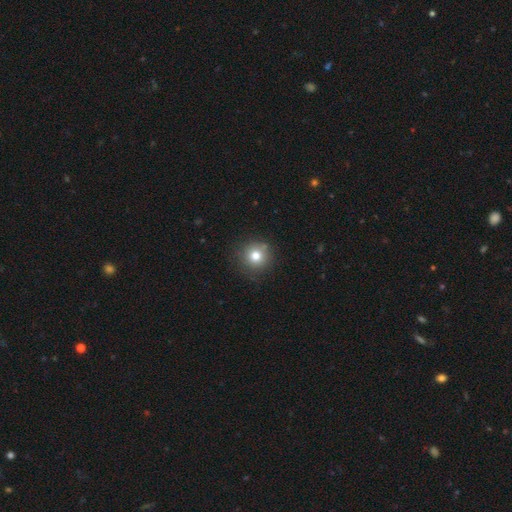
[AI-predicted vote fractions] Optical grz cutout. It shows a smooth galaxy with no disk features (78%) that is round (94%). Merging: none (83%).